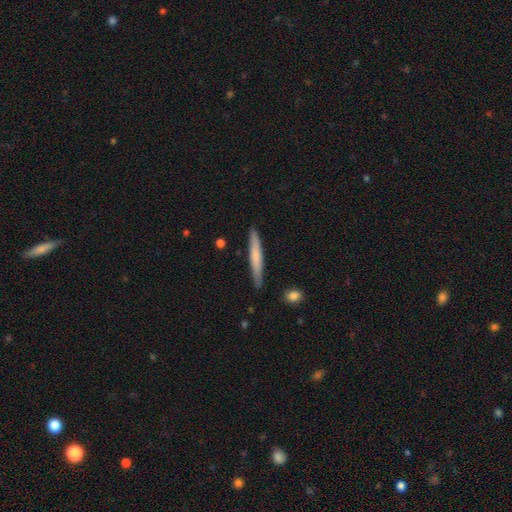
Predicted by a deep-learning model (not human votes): Smooth or featured: smooth — 65% (featured or disk — 29%)
How rounded: cigar-shaped — 95% (in between — 3%)
Merging: none — 88% (minor disturbance — 9%)